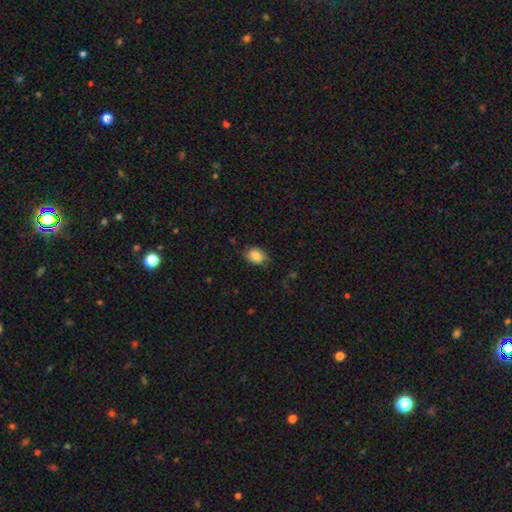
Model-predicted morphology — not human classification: This is clearly a smooth galaxy (82%). How rounded: likely in between (72%). Merging: likely none (76%).